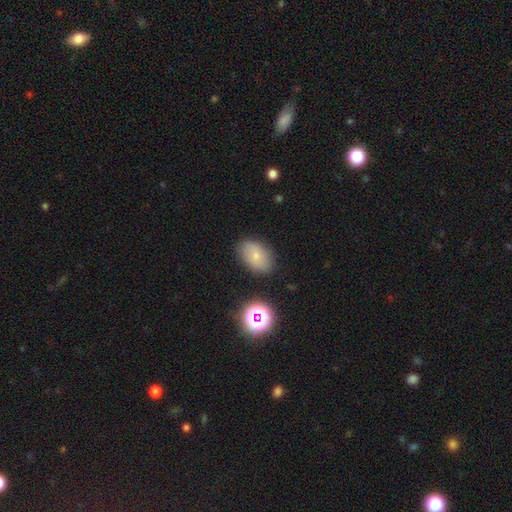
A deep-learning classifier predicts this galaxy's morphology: A smooth galaxy with no disk features (70%) that is in between round and cigar-shaped (85%). Merging: none (83%).